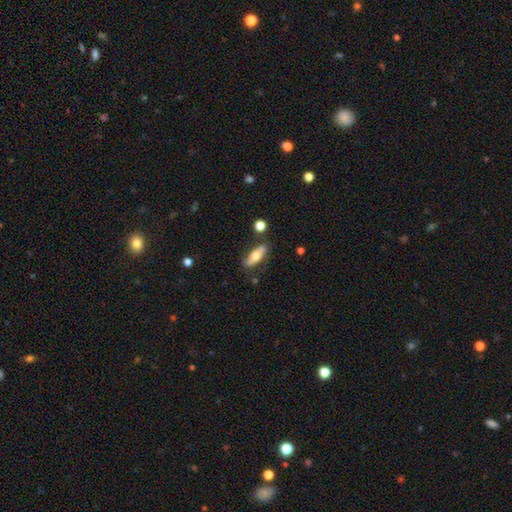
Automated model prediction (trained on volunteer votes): The model was most divided on "smooth or featured": smooth: 54%, featured or disk: 40%, star or artifact: 6%. More confident: merging — none (73%); how rounded — in between (63%).